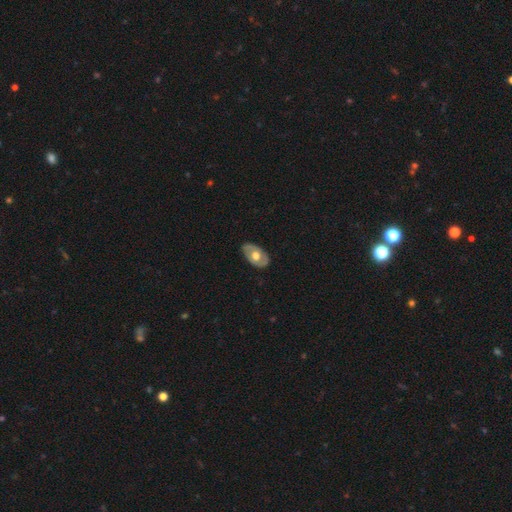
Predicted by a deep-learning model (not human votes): Smooth or featured? Predicted: featured or disk (p=0.49). Merging? Predicted: none (p=0.79).